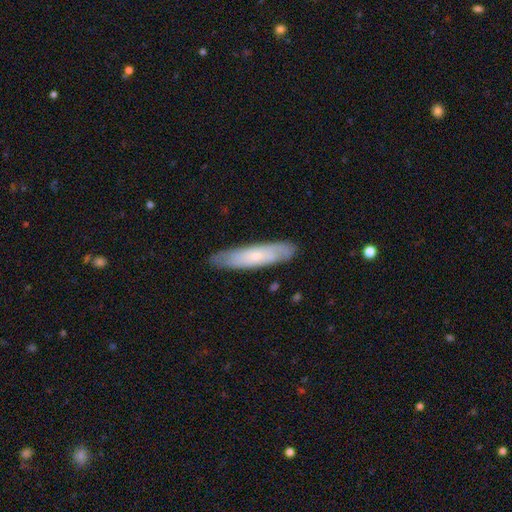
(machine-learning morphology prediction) Q: Smooth or featured?
A: smooth (49%); runner-up: featured or disk (45%)
Q: Merging?
A: none (83%); runner-up: minor disturbance (13%)